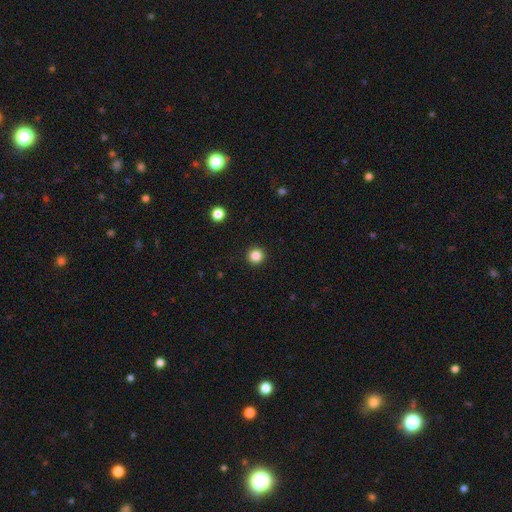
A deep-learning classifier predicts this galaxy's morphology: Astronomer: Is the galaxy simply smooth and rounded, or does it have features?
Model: smooth — 84%.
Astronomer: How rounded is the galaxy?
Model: round — 96%.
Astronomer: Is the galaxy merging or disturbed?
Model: none — 93%.